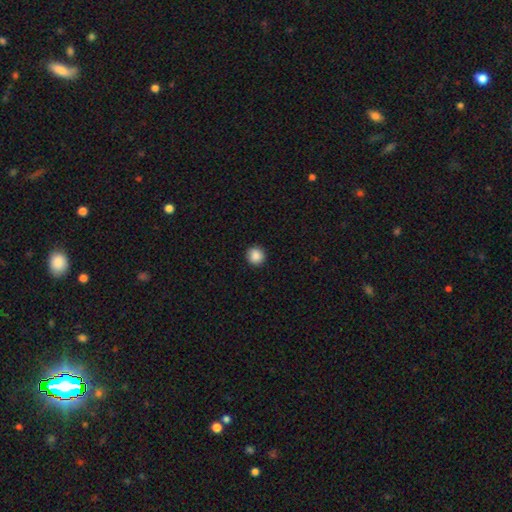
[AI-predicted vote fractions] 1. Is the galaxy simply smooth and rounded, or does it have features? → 88% smooth, 9% star or artifact, 3% featured or disk.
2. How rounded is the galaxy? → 93% round, 6% in between, 1% cigar-shaped.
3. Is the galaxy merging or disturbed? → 92% none, 6% minor disturbance, 2% major disturbance, 1% merger.